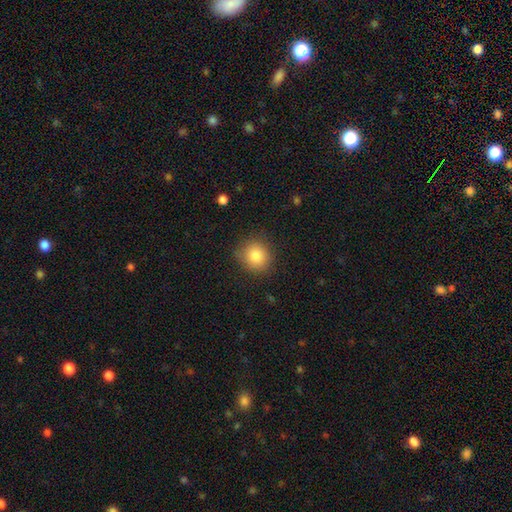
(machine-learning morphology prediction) This appears to be a smooth galaxy with no disk features (84%) that is round (86%). Merging: none (85%).